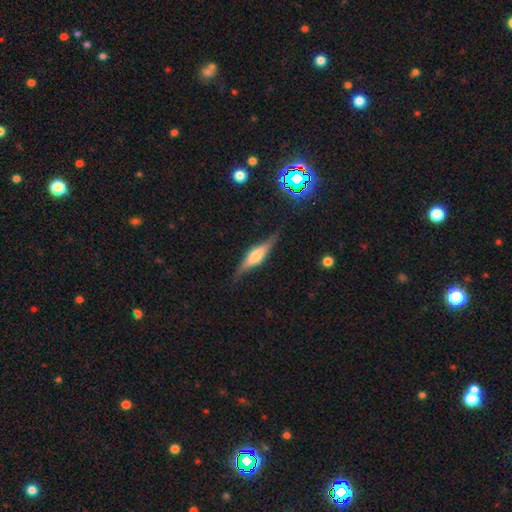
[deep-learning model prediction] Q: Smooth or featured?
A: featured or disk (67%); runner-up: smooth (26%)
Q: Edge-on disk?
A: yes (95%); runner-up: no (5%)
Q: Edge-on bulge?
A: rounded (74%); runner-up: boxy (21%)
Q: Merging?
A: none (82%); runner-up: minor disturbance (13%)